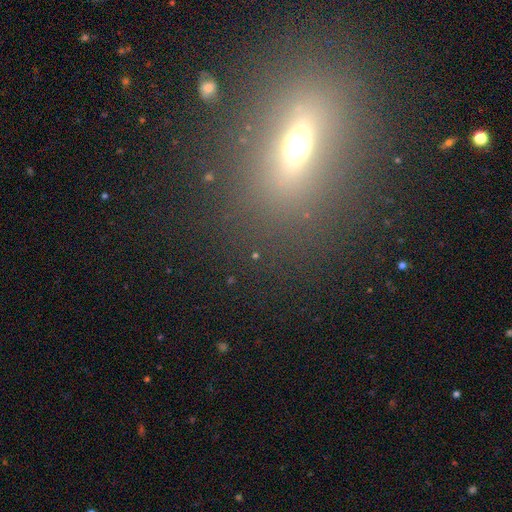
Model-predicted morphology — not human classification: smooth-or-featured: star or artifact: 57% | smooth: 31% | featured or disk: 13%